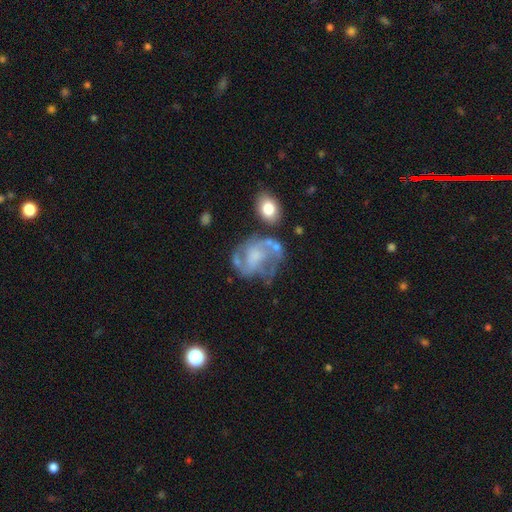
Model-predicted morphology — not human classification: Smooth or featured: featured or disk — 75% (smooth — 16%)
Edge-on disk: no — 98% (yes — 2%)
Bar: no — 56% (weak — 35%)
Spiral arms: yes — 79% (no — 21%)
Spiral winding: medium — 47% (loose — 27%)
Spiral arm count: 2 — 52% (can't tell — 23%)
Bulge size: small — 35% (none — 31%)
Merging: none — 48% (major disturbance — 22%)